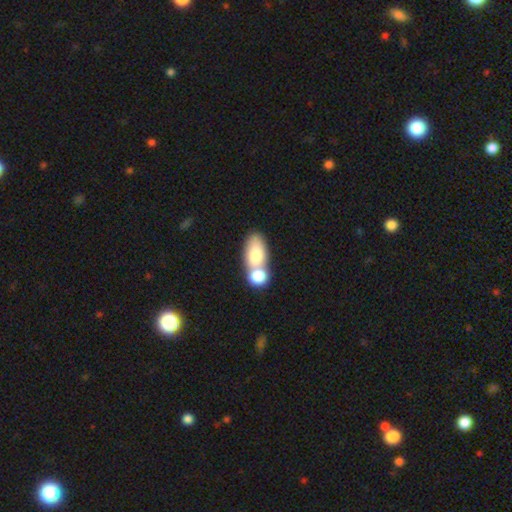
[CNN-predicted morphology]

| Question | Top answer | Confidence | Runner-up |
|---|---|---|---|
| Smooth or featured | smooth | 77% | featured or disk (16%) |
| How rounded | in between | 88% | round (7%) |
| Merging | merger | 64% | none (23%) |